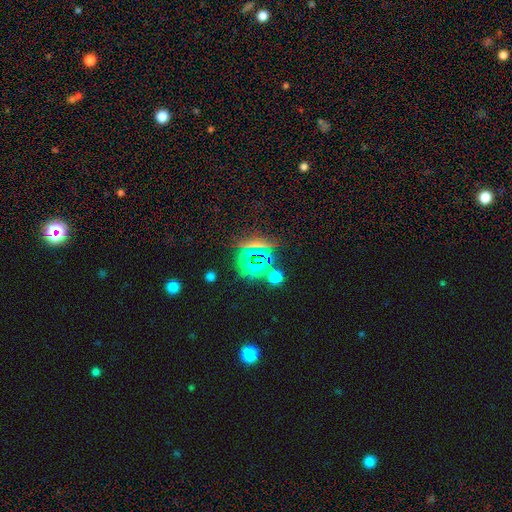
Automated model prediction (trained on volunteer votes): This is likely a star or artifact rather than a galaxy (71%).